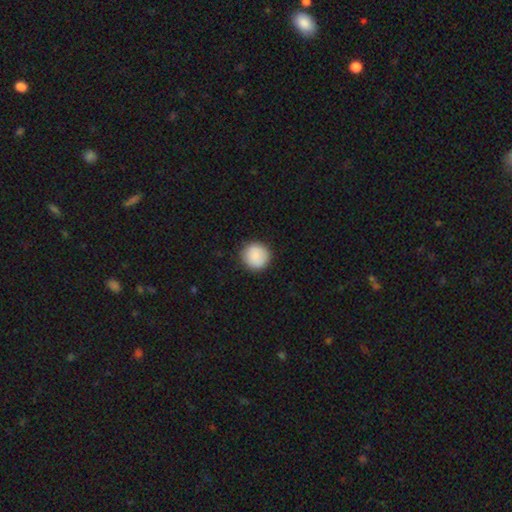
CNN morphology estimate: The model was most divided on "smooth or featured": smooth: 89%, star or artifact: 7%, featured or disk: 4%. More confident: how rounded — round (94%); merging — none (90%).